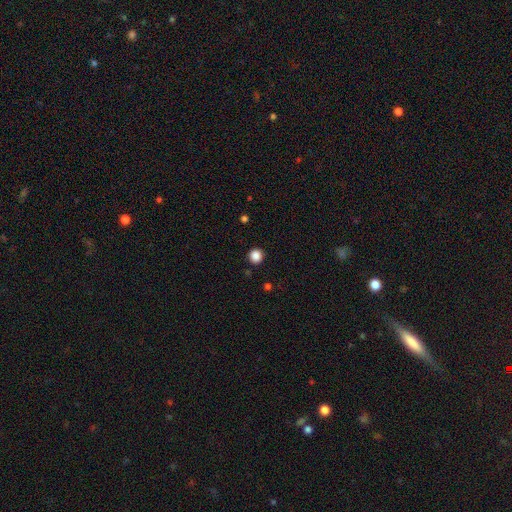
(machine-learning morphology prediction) Q: Smooth or featured?
A: smooth (87%); runner-up: star or artifact (11%)
Q: How rounded?
A: round (94%); runner-up: in between (5%)
Q: Merging?
A: none (92%); runner-up: minor disturbance (5%)